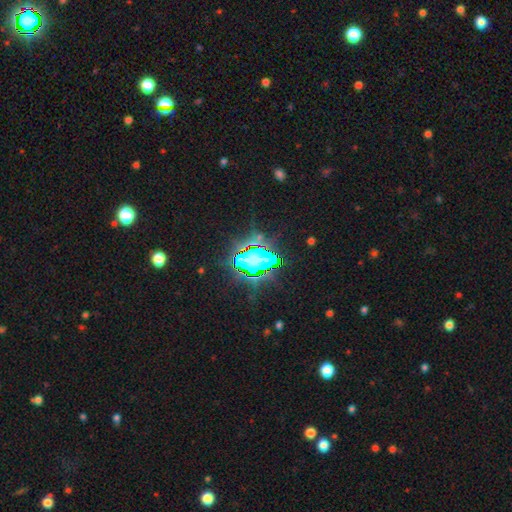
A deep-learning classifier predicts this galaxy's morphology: star or artifact 76%, smooth 14%, featured or disk 10%.